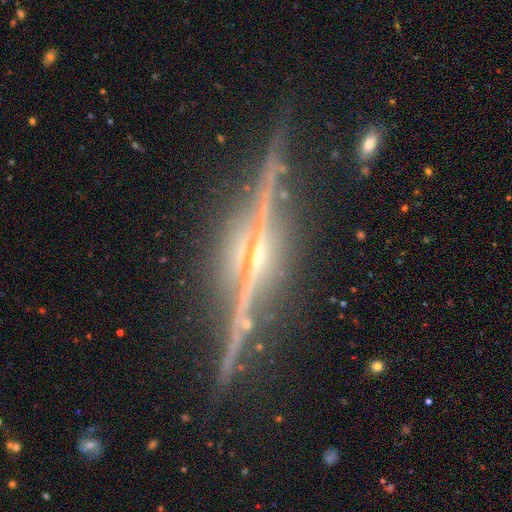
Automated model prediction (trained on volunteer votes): Q: Smooth or featured?
A: featured or disk (87%); runner-up: star or artifact (9%)
Q: Edge-on disk?
A: yes (97%); runner-up: no (3%)
Q: Edge-on bulge?
A: rounded (69%); runner-up: boxy (16%)
Q: Merging?
A: none (88%); runner-up: minor disturbance (8%)